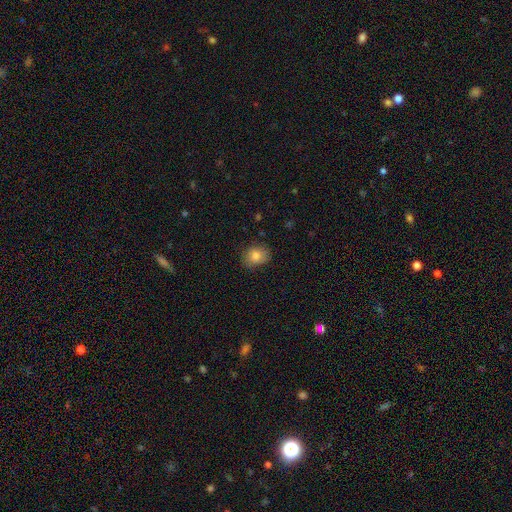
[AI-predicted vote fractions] Overall: smooth (82%). How rounded: round (58%; in between 41%). Merging: none (81%).